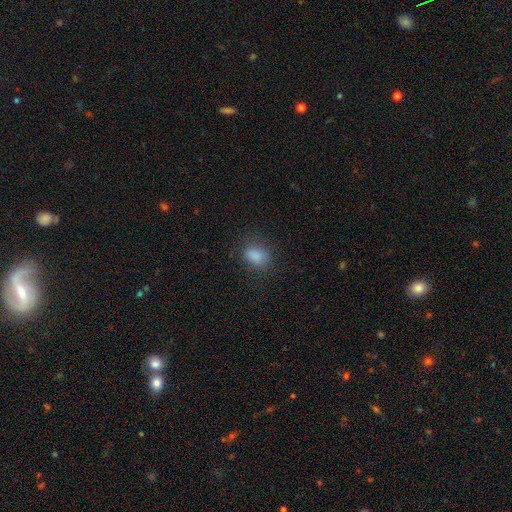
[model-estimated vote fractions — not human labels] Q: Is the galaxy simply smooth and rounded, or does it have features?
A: smooth — 85%.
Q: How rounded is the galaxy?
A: in between — 61%.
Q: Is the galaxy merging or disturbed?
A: none — 79%.